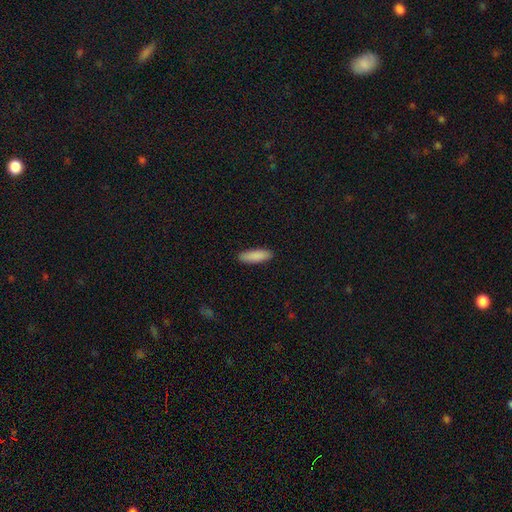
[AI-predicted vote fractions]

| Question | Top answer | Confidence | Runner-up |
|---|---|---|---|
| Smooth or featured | smooth | 89% | star or artifact (6%) |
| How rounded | in between | 49% | tied: cigar-shaped (49%) |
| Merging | none | 90% | minor disturbance (7%) |